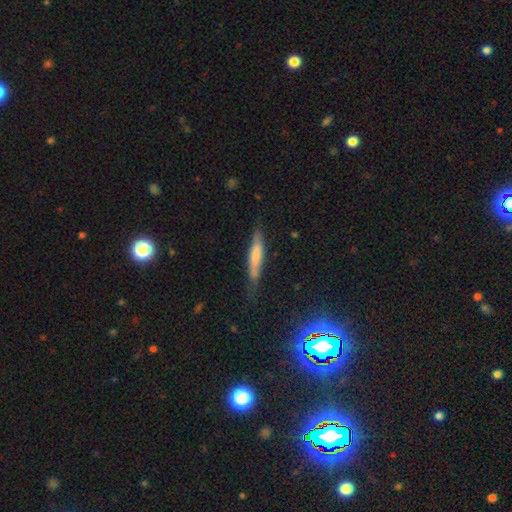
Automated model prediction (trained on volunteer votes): Morphology: type=smooth (59%); roundness=cigar-shaped (87%); merging=none (65%).